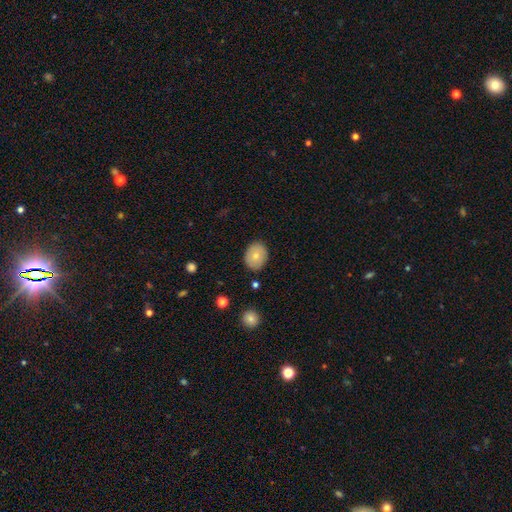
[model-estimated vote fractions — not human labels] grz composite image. It shows a smooth galaxy with no disk features (71%) that is round (52%). Merging: none (86%).